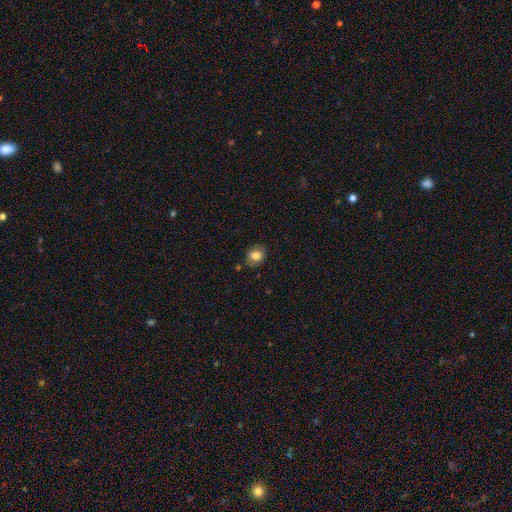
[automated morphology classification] Q: Smooth or featured?
A: smooth (75%); runner-up: featured or disk (17%)
Q: How rounded?
A: round (54%); runner-up: in between (45%)
Q: Merging?
A: none (82%); runner-up: minor disturbance (13%)